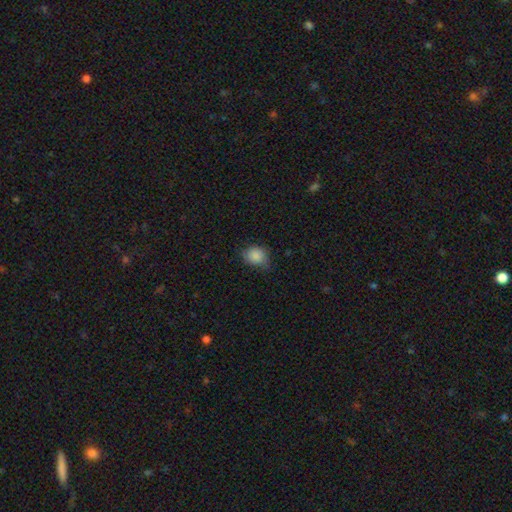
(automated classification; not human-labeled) Overall: smooth (85%). How rounded: round (56%; in between 43%). Merging: none (65%; minor disturbance 28%).